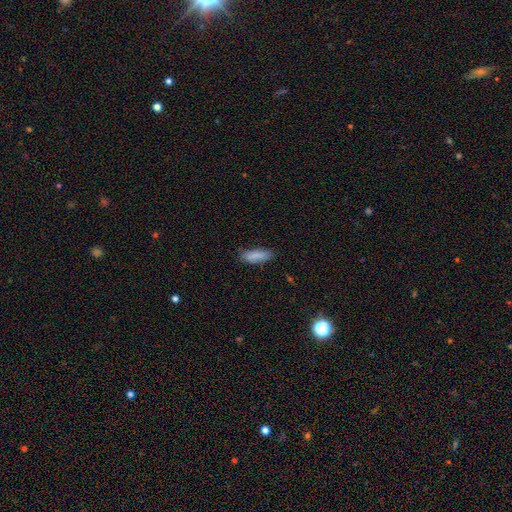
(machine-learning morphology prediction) type=smooth (86%); roundness=in between (66%); merging=none (80%).